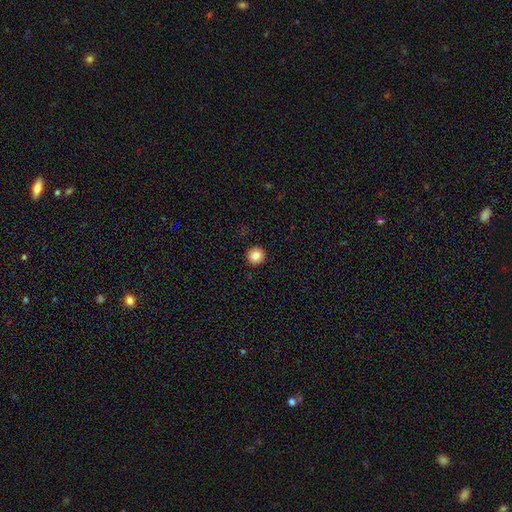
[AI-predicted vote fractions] smooth 84%, star or artifact 10%, featured or disk 6%. Down the decision tree: how rounded — round (95%); merging — none (93%).